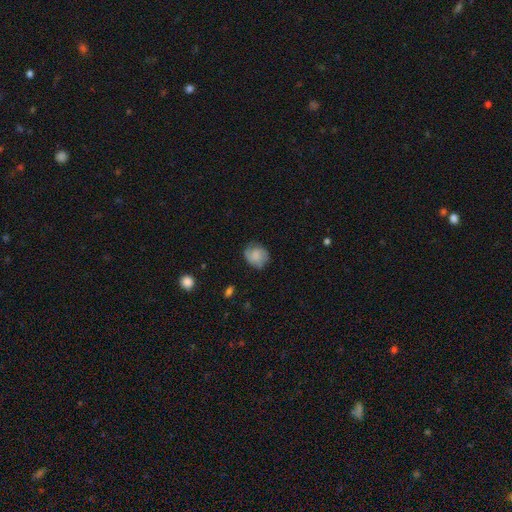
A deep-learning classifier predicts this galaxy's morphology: Overall: smooth (53%; featured or disk 39%). How rounded: round (72%). Merging: none (72%).